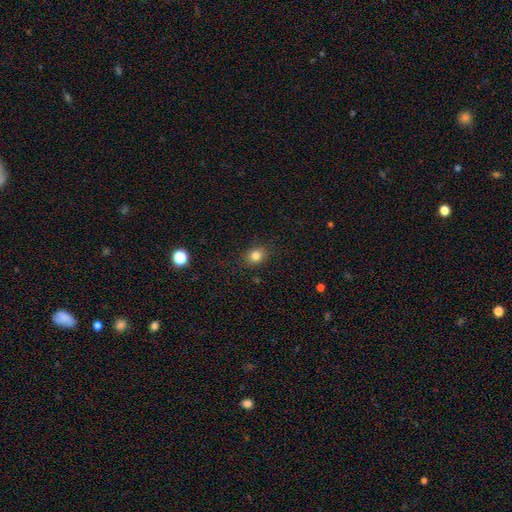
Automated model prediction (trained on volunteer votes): Smooth or featured?
  - smooth: 81% *
  - star or artifact: 12%
  - featured or disk: 7%
How rounded?
  - round: 51% *
  - in between: 48%
  - cigar-shaped: 1%
Merging?
  - none: 85% *
  - minor disturbance: 11%
  - major disturbance: 3%
  - merger: 1%